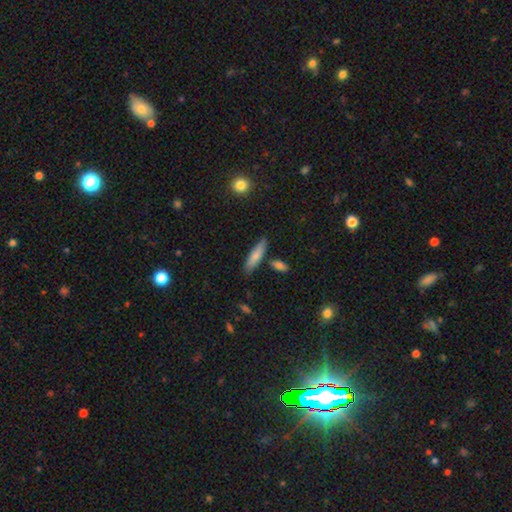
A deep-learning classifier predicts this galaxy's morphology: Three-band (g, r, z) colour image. It shows a smooth galaxy with no disk features (78%) that is cigar-shaped (68%). Merging: none (77%).